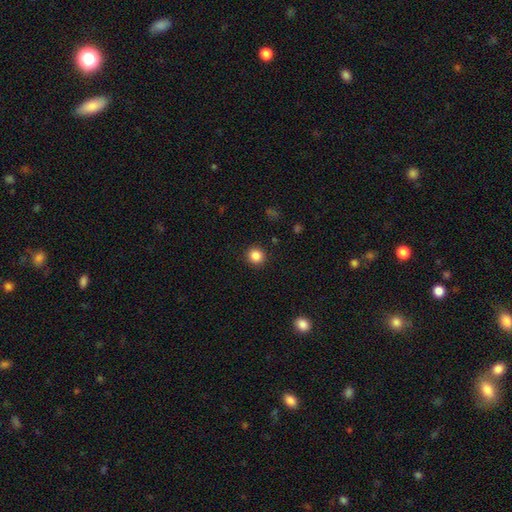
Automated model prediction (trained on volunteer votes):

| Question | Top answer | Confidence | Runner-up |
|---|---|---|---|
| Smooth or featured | smooth | 85% | star or artifact (11%) |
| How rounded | round | 92% | in between (7%) |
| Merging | none | 92% | minor disturbance (5%) |